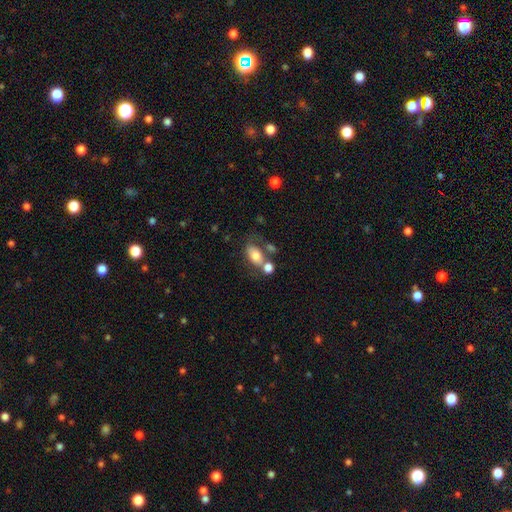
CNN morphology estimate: This is likely a smooth galaxy (71%). How rounded: clearly in between (85%). Merging: marginally none (42%).